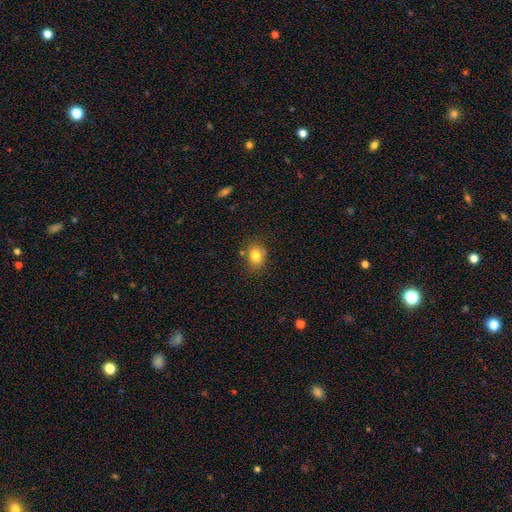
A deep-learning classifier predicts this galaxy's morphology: A smooth galaxy with no disk features (81%) that is round (52%).

Vote fractions:
- Smooth or featured? smooth: 81% / star or artifact: 10% / featured or disk: 9%
- How rounded? round: 52% / in between: 47% / cigar-shaped: 1%
- Merging? none: 73% / minor disturbance: 17% / merger: 5% / major disturbance: 4%